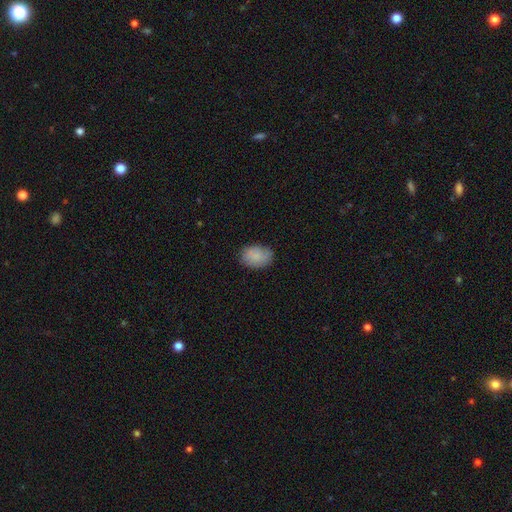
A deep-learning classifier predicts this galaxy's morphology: This is clearly a smooth galaxy (85%). How rounded: likely in between (79%). Merging: likely none (79%).